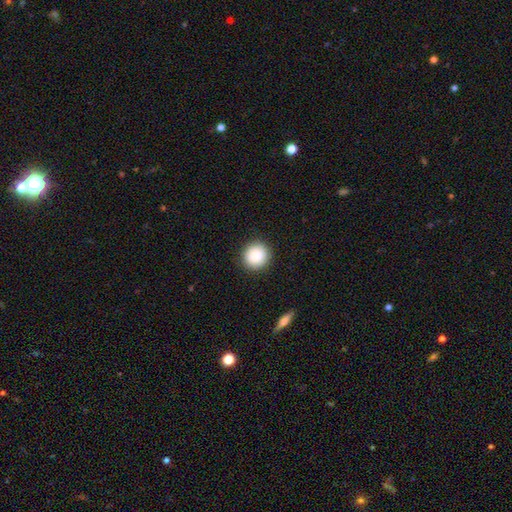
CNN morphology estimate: A smooth galaxy with no disk features (87%) that is round (93%).

Vote fractions:
- Smooth or featured? smooth: 87% / star or artifact: 8% / featured or disk: 5%
- How rounded? round: 93% / in between: 6% / cigar-shaped: 1%
- Merging? none: 91% / minor disturbance: 6% / major disturbance: 2% / merger: 1%